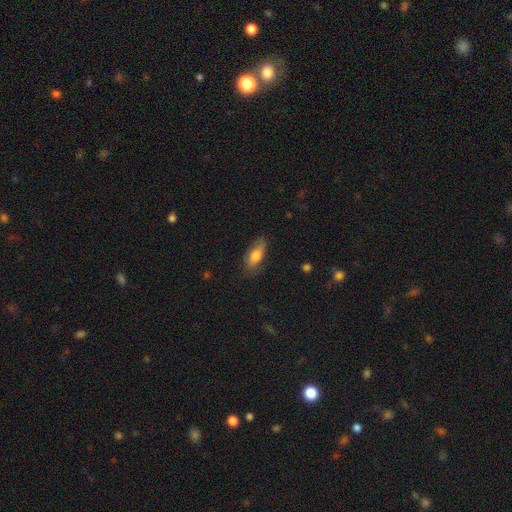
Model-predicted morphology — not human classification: smooth 76%, featured or disk 17%, star or artifact 7%. Down the decision tree: how rounded — in between (83%); merging — none (68%).